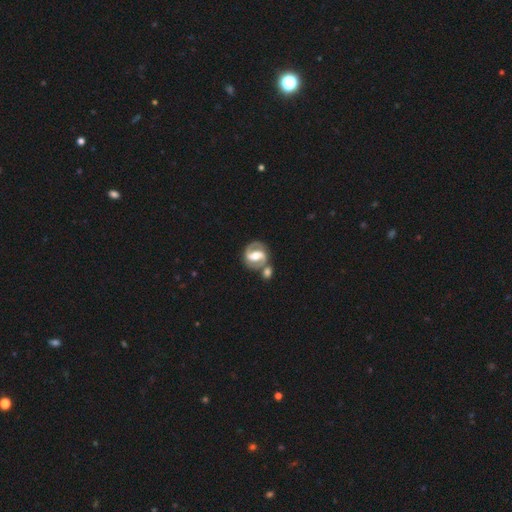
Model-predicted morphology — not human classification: featured or disk 85%, smooth 11%, star or artifact 5%. Down the decision tree: edge-on disk — no (97%); bar — strong (51%); spiral arms — yes (94%); spiral arm count — 2 (90%); spiral winding — medium (54%); bulge size — moderate (63%); merging — none (60%).